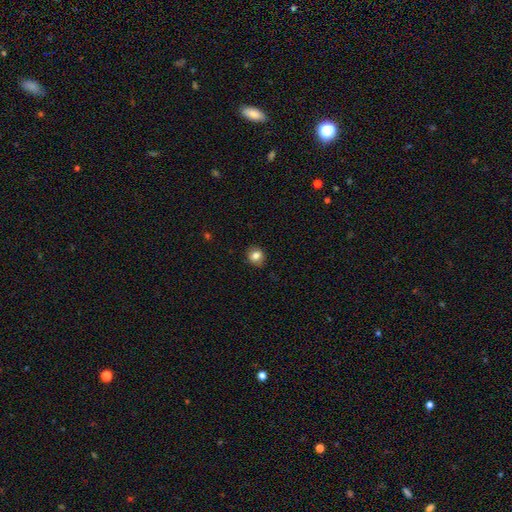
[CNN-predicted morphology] Overall: smooth (82%). How rounded: round (75%). Merging: none (85%).